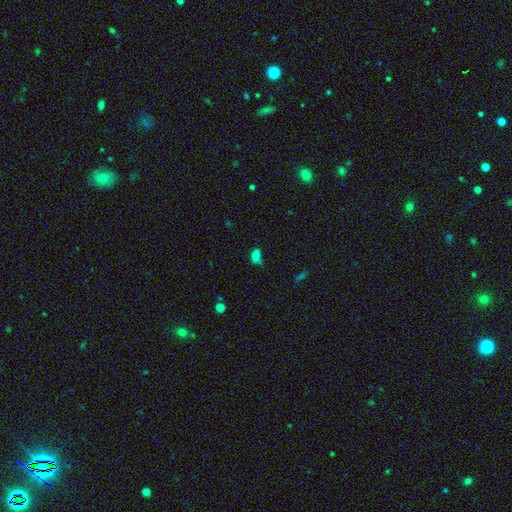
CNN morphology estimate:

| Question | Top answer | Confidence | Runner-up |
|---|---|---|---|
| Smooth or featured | smooth | 76% | star or artifact (14%) |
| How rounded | in between | 82% | round (14%) |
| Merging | none | 43% | minor disturbance (34%) |